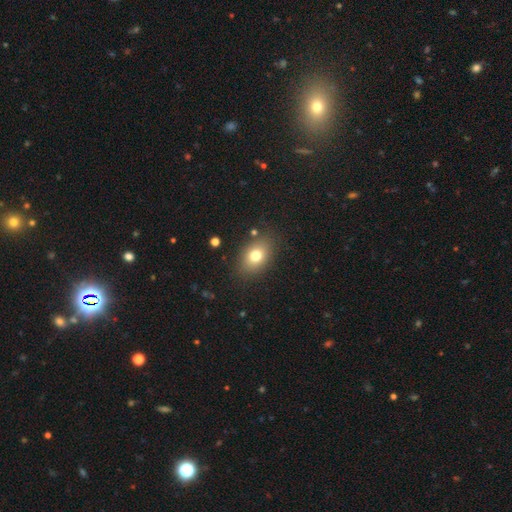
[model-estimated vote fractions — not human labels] This appears to be a smooth galaxy with no disk features (76%) that is in between round and cigar-shaped (77%). Merging: none (83%).